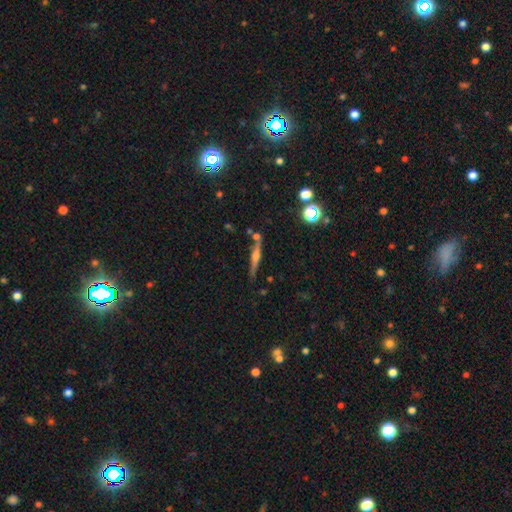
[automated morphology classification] featured or disk 67%, smooth 21%, star or artifact 12%. Down the decision tree: edge-on disk — yes (96%); edge-on bulge — rounded (76%); merging — none (80%).